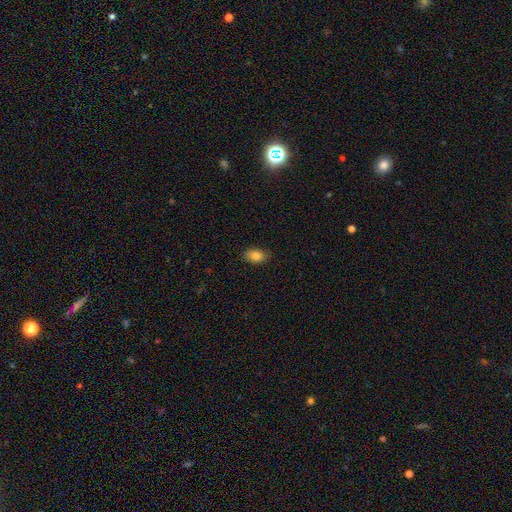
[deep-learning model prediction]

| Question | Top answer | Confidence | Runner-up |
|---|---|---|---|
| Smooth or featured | smooth | 82% | featured or disk (9%) |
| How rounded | in between | 87% | round (11%) |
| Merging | none | 87% | minor disturbance (10%) |